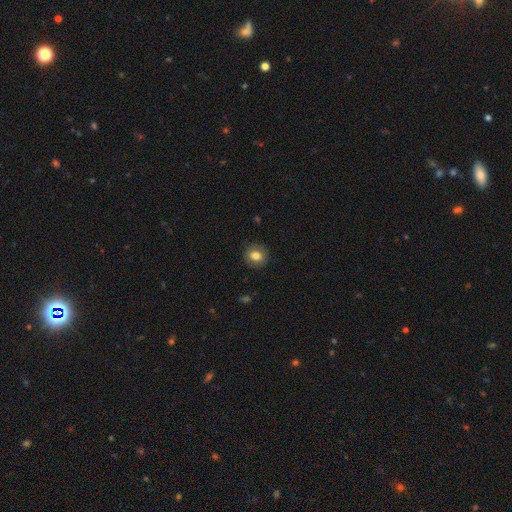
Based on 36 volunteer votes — Q: Smooth or featured?
A: smooth (83%); runner-up: featured or disk (17%)
Q: How rounded?
A: round (77%); runner-up: in between (23%)
Q: Merging?
A: none (94%); runner-up: major disturbance (3%)